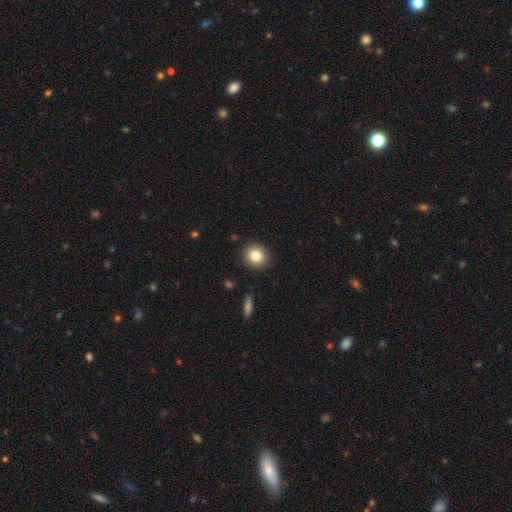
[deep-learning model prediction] Smooth or featured?
  - smooth: 83% *
  - star or artifact: 10%
  - featured or disk: 7%
How rounded?
  - round: 85% *
  - in between: 14%
  - cigar-shaped: 1%
Merging?
  - none: 90% *
  - minor disturbance: 6%
  - major disturbance: 2%
  - merger: 1%